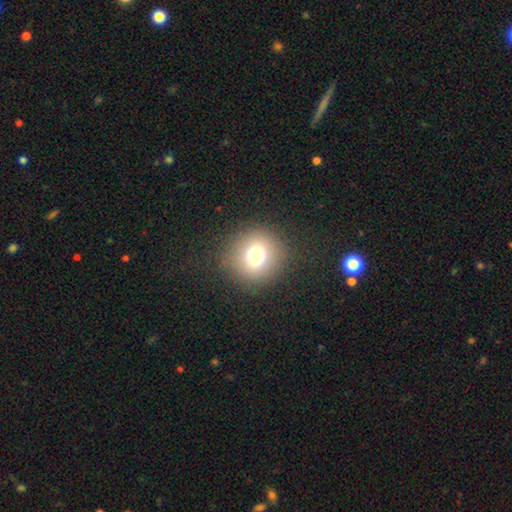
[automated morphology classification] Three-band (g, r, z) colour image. It shows a smooth galaxy with no disk features (73%) that is round (91%). Merging: none (88%).